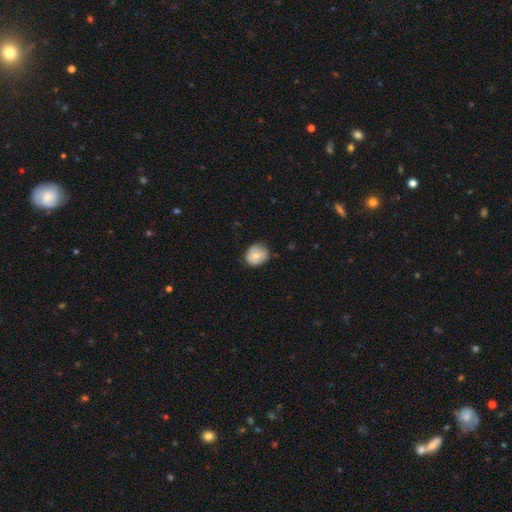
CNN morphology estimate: This is likely a smooth galaxy (75%). How rounded: likely round (75%). Merging: likely none (71%).